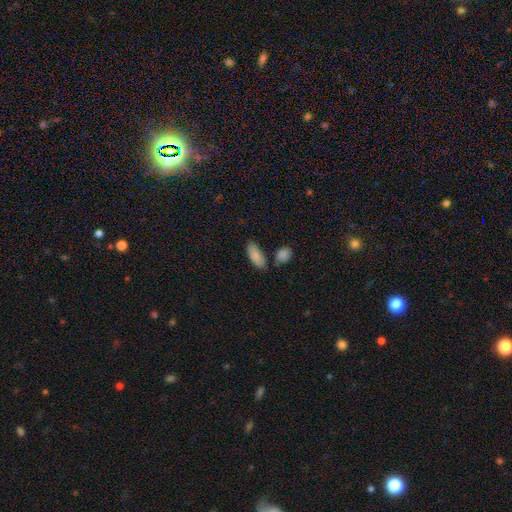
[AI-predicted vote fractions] A smooth galaxy with no disk features (86%) that is in between round and cigar-shaped (85%).

Vote fractions:
- Smooth or featured? smooth: 86% / featured or disk: 8% / star or artifact: 6%
- How rounded? in between: 85% / cigar-shaped: 13% / round: 2%
- Merging? none: 68% / minor disturbance: 17% / merger: 11% / major disturbance: 4%